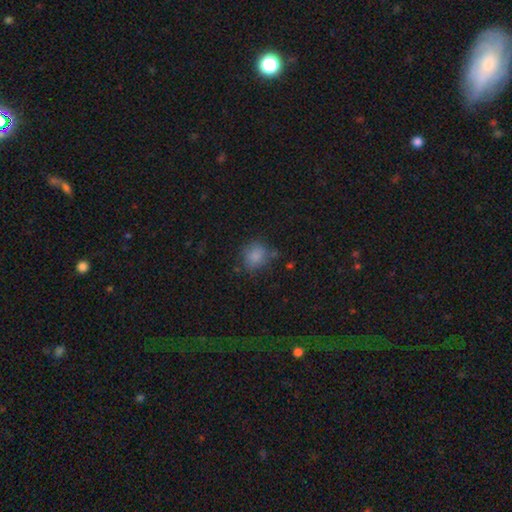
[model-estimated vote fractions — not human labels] Q: Smooth or featured?
A: smooth (82%); runner-up: star or artifact (11%)
Q: How rounded?
A: round (73%); runner-up: in between (26%)
Q: Merging?
A: none (68%); runner-up: minor disturbance (20%)